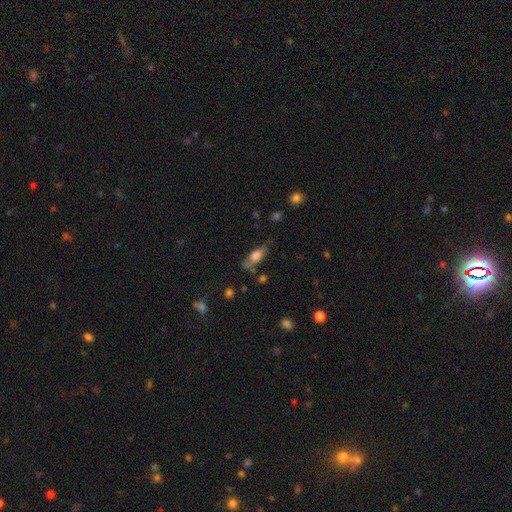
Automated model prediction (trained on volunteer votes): smooth_or_featured: smooth (p=0.66) [alt: featured or disk p=0.27]
how_rounded: in between (p=0.71) [alt: cigar-shaped p=0.26]
merging: none (p=0.57) [alt: minor disturbance p=0.27]